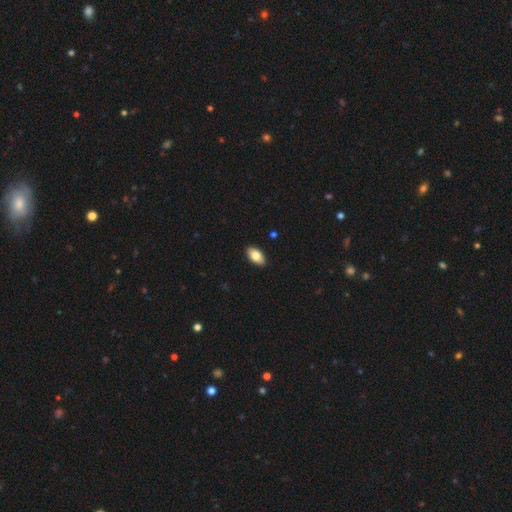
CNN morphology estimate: Smooth or featured? Predicted: smooth (p=0.80). How rounded? Predicted: in between (p=0.93). Merging? Predicted: none (p=0.90).